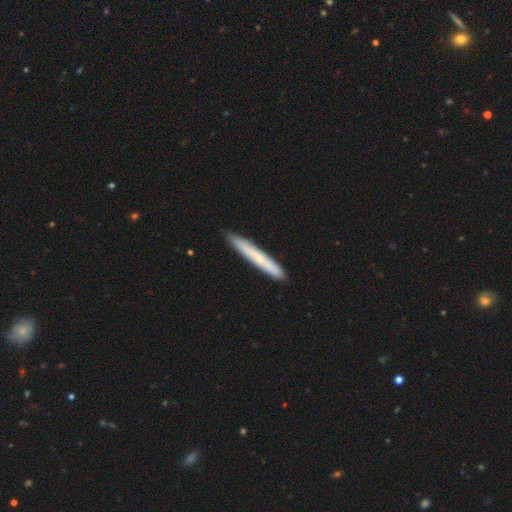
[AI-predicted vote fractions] Smooth or featured: smooth — 65% (featured or disk — 28%)
How rounded: cigar-shaped — 97% (in between — 2%)
Merging: none — 91% (minor disturbance — 7%)